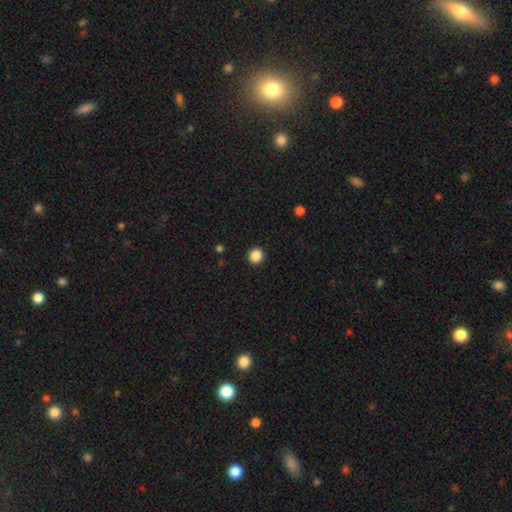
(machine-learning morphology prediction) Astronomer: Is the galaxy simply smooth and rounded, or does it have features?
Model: smooth — 87%.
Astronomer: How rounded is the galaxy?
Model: round — 90%.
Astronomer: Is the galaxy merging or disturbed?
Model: none — 93%.